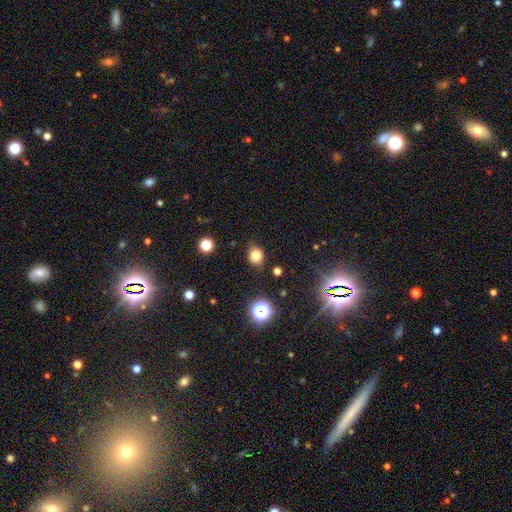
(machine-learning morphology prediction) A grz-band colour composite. It shows a smooth galaxy with no disk features (78%) that is round (61%). Merging: none (80%).